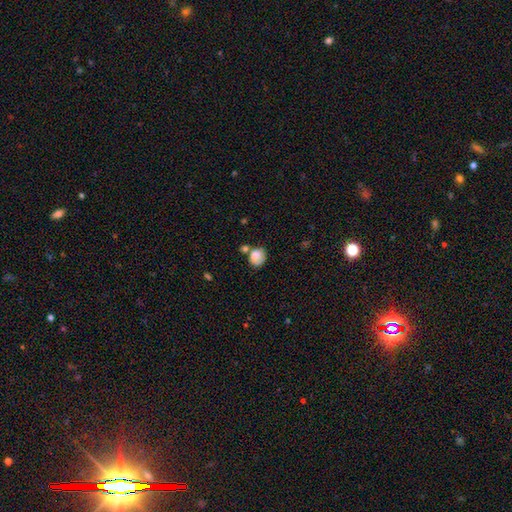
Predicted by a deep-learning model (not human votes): This is likely a smooth galaxy (80%). How rounded: likely round (65%). Merging: possibly none (46%).